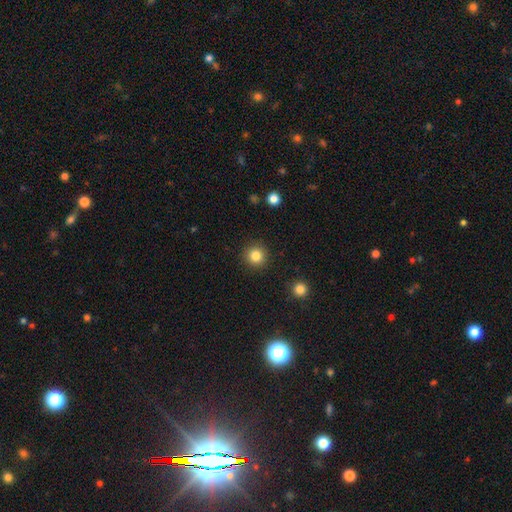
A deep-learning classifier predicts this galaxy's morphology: smooth 83%, star or artifact 11%, featured or disk 5%. Down the decision tree: how rounded — round (94%); merging — none (91%).